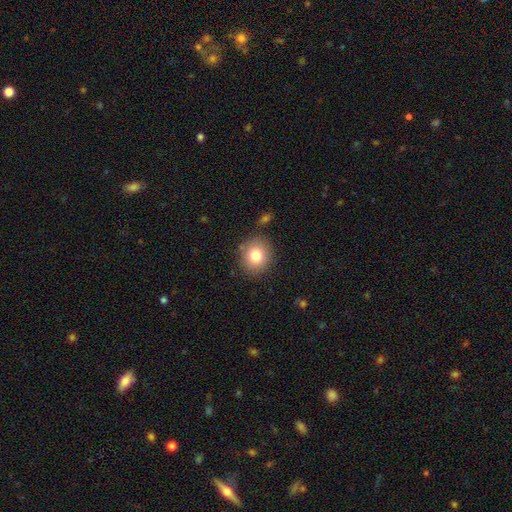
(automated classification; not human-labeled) This is clearly a smooth galaxy (80%). How rounded: likely round (77%). Merging: clearly none (84%).